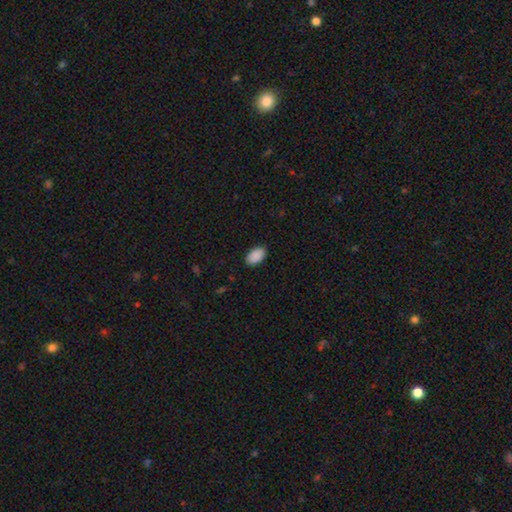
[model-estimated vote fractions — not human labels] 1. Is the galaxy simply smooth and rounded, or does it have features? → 91% smooth, 7% star or artifact, 2% featured or disk.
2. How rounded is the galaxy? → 94% in between, 5% round, 1% cigar-shaped.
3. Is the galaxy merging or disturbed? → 89% none, 8% minor disturbance, 2% major disturbance, 1% merger.